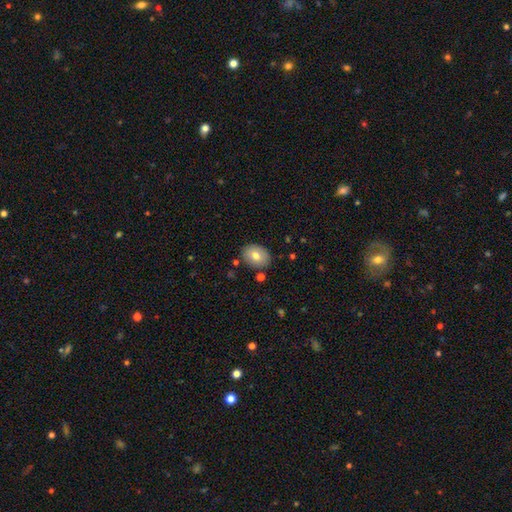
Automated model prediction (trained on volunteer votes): smooth_or_featured: smooth (p=0.73) [alt: featured or disk p=0.18]
how_rounded: in between (p=0.65) [alt: round p=0.34]
merging: none (p=0.83) [alt: minor disturbance p=0.11]